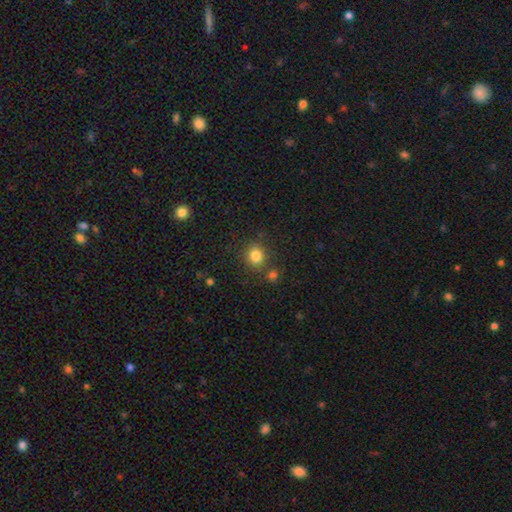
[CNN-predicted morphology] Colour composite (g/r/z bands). It shows a smooth galaxy with no disk features (82%) that is round (82%). Merging: none (77%).